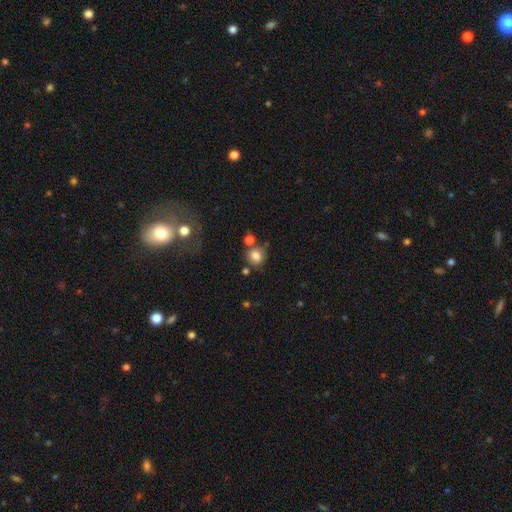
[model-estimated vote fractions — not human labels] Smooth or featured? smooth (78%)
How rounded? round (71%)
Merging? none (61%)